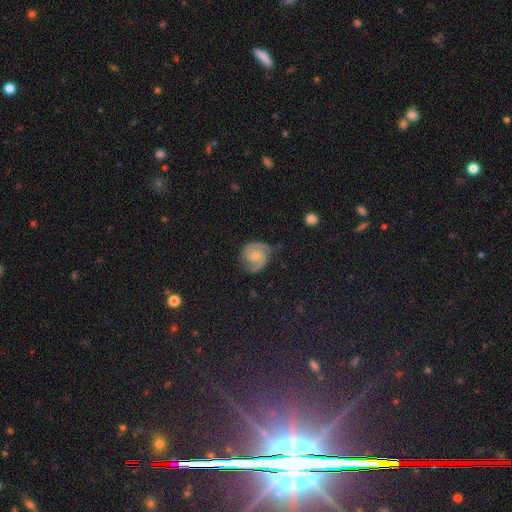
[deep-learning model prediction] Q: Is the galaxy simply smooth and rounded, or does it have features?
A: featured or disk — 85%.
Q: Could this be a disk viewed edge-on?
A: no — 98%.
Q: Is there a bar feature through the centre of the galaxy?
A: no — 60%.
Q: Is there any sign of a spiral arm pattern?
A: yes — 98%.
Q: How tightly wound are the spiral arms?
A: medium — 49%.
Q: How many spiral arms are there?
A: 2 — 92%.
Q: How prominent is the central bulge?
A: small — 47%.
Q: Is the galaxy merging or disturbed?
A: none — 74%.